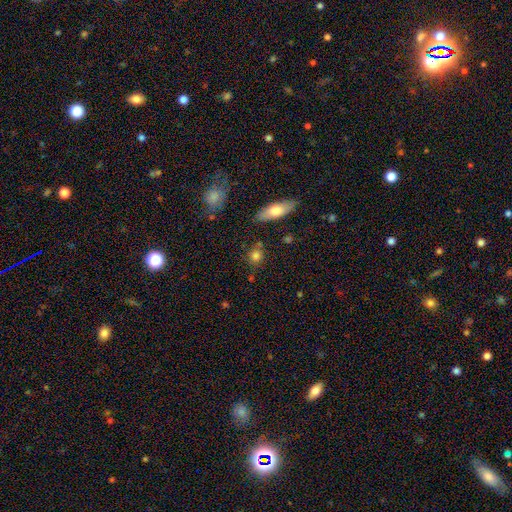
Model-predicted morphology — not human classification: Q: Smooth or featured?
A: smooth (79%); runner-up: star or artifact (11%)
Q: How rounded?
A: round (73%); runner-up: in between (23%)
Q: Merging?
A: none (75%); runner-up: minor disturbance (14%)